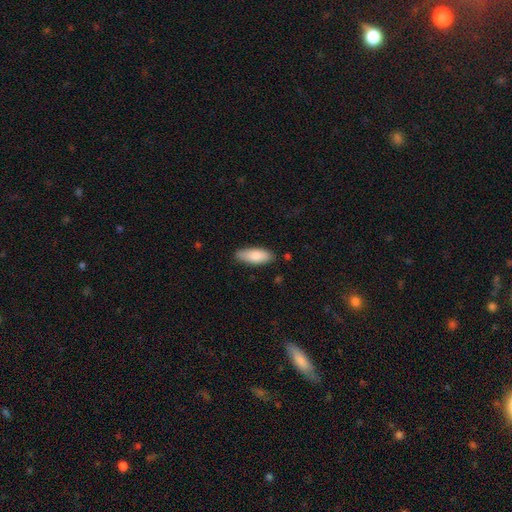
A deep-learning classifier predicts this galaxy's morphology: Overall: smooth (85%). How rounded: in between (76%). Merging: none (83%).